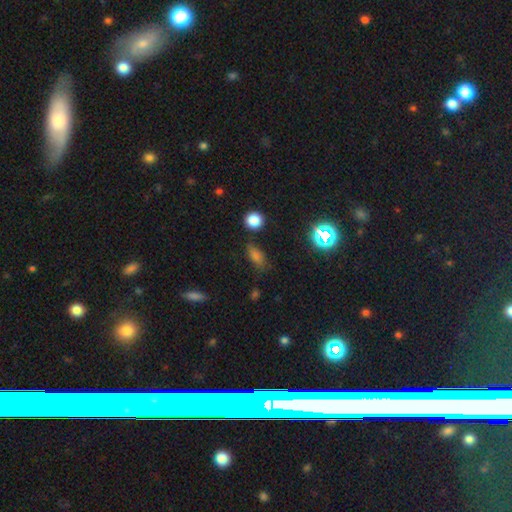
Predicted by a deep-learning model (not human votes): Morphology: type=smooth (66%); roundness=in between (71%); merging=none (73%).